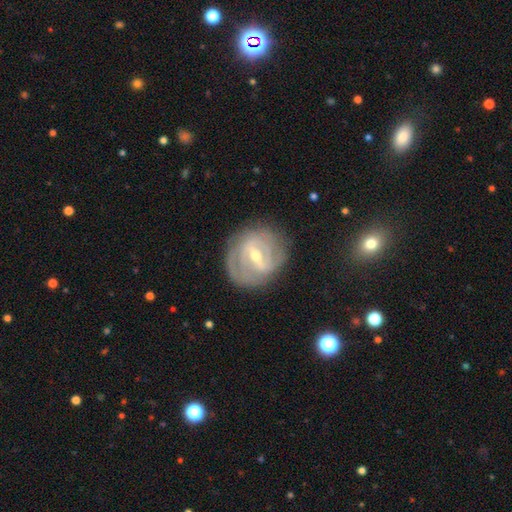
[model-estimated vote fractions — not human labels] Smooth or featured?
  - featured or disk: 85% *
  - smooth: 10%
  - star or artifact: 5%
Edge-on disk?
  - no: 96% *
  - yes: 4%
Bar?
  - strong: 49% *
  - weak: 41%
  - no: 10%
Spiral arms?
  - yes: 88% *
  - no: 12%
Spiral winding?
  - tight: 63% *
  - medium: 29%
  - loose: 9%
Spiral arm count?
  - 2: 39% *
  - can't tell: 31%
  - 3: 16%
  - 4: 6%
  - 1: 4%
  - more than 4: 4%
Bulge size?
  - moderate: 51% *
  - small: 46%
  - large: 2%
  - none: 1%
  - dominant: 1%
Merging?
  - none: 76% *
  - minor disturbance: 16%
  - major disturbance: 7%
  - merger: 1%